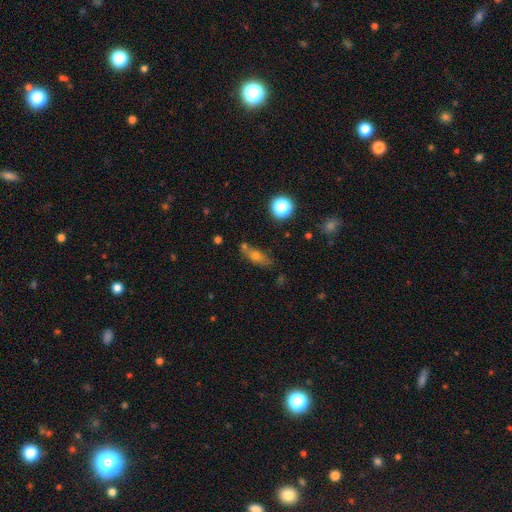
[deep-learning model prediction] Morphology: type=smooth (59%); roundness=in between (57%); merging=none (62%).